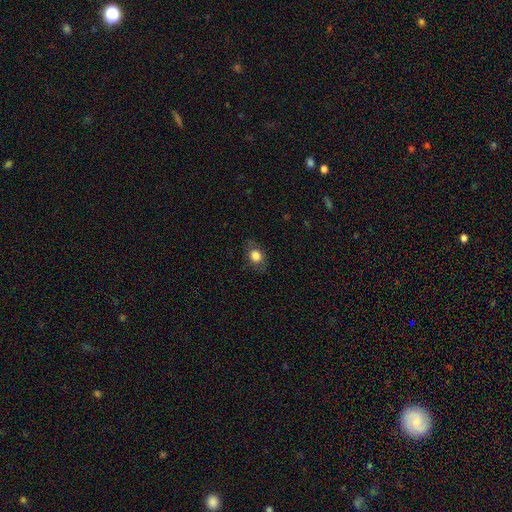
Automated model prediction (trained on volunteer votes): Smooth or featured? smooth (78%)
How rounded? in between (67%)
Merging? none (78%)